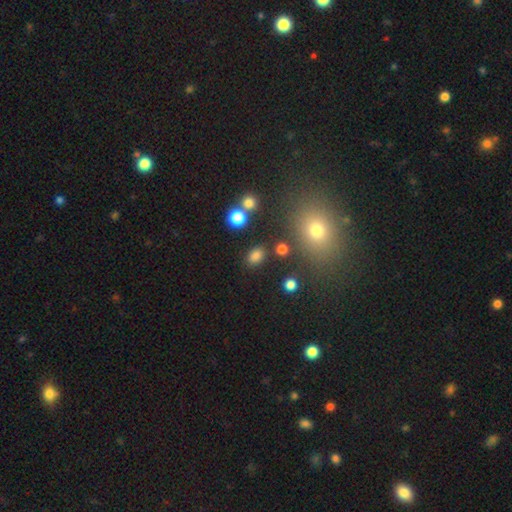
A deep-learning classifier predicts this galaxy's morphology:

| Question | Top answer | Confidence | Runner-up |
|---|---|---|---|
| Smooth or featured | smooth | 80% | star or artifact (15%) |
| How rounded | in between | 73% | round (25%) |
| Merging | none | 81% | minor disturbance (10%) |